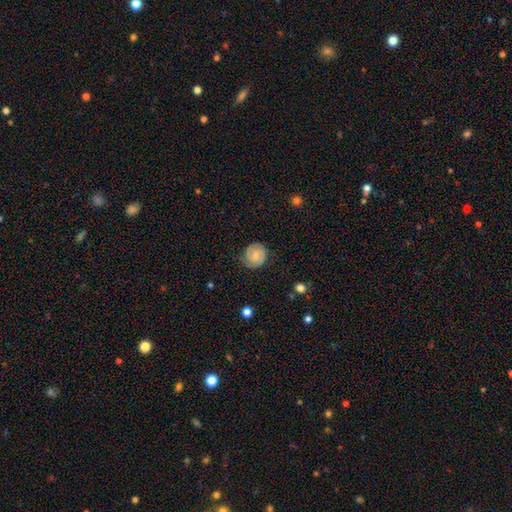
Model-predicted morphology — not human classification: Smooth or featured?
  - featured or disk: 51% *
  - smooth: 41%
  - star or artifact: 7%
Edge-on disk?
  - no: 98% *
  - yes: 2%
Bar?
  - no: 47% *
  - weak: 44%
  - strong: 9%
Spiral arms?
  - yes: 88% *
  - no: 12%
Bulge size?
  - small: 46% *
  - moderate: 35%
  - none: 14%
  - large: 3%
  - dominant: 1%
Merging?
  - none: 79% *
  - minor disturbance: 16%
  - major disturbance: 4%
  - merger: 1%